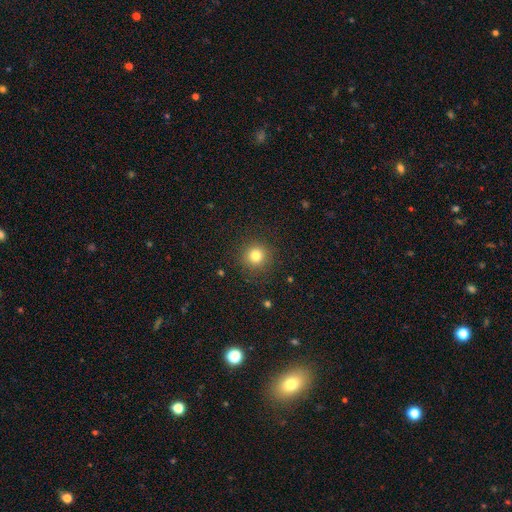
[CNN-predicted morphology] Smooth or featured? Predicted: smooth (p=0.81). How rounded? Predicted: round (p=0.93). Merging? Predicted: none (p=0.89).